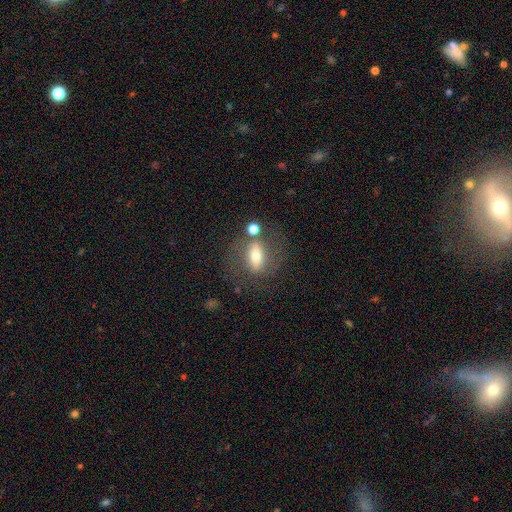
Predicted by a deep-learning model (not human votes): smooth-or-featured: smooth: 48% | featured or disk: 42% | star or artifact: 10%
  merging: none: 60% | minor disturbance: 15% | merger: 12% | major disturbance: 12%